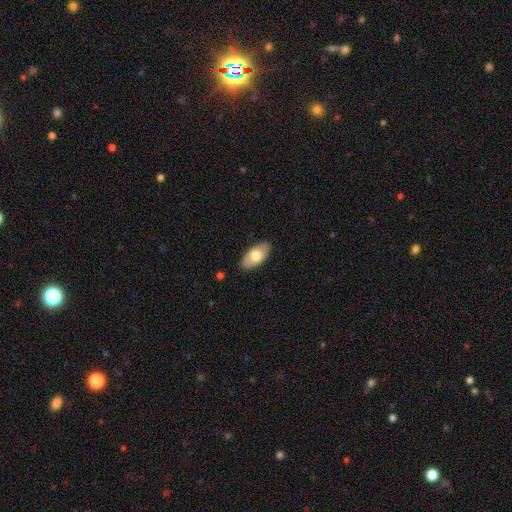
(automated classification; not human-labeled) Smooth or featured? smooth (72%)
How rounded? in between (94%)
Merging? none (88%)